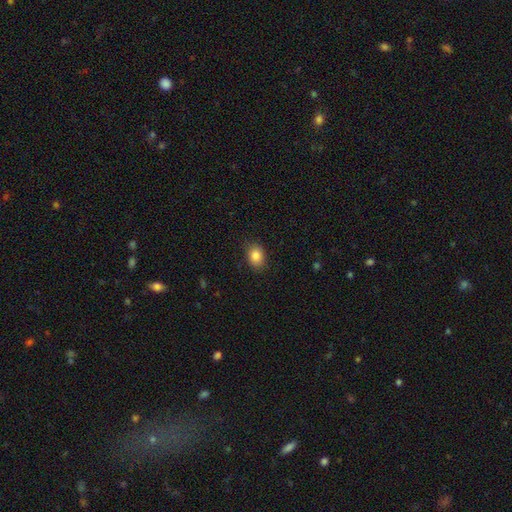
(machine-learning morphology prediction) smooth-or-featured: smooth: 86% | star or artifact: 9% | featured or disk: 6%
  how-rounded: in between: 66% | round: 32% | cigar-shaped: 1%
  merging: none: 86% | minor disturbance: 11% | major disturbance: 3% | merger: 1%